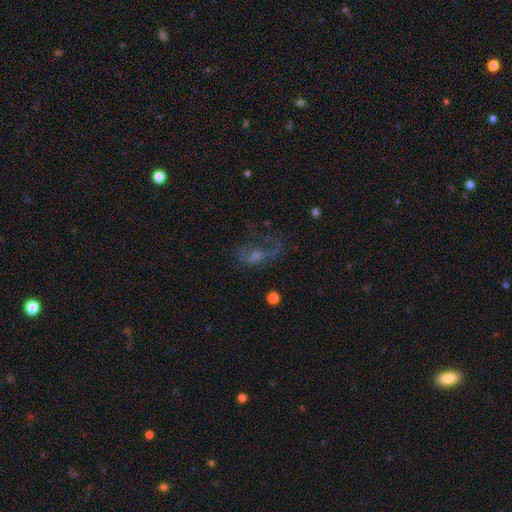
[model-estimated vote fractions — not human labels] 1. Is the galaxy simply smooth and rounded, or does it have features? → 52% featured or disk, 26% smooth, 22% star or artifact.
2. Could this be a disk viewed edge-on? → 93% no, 7% yes.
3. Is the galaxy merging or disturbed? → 43% major disturbance, 37% none, 17% minor disturbance, 3% merger.